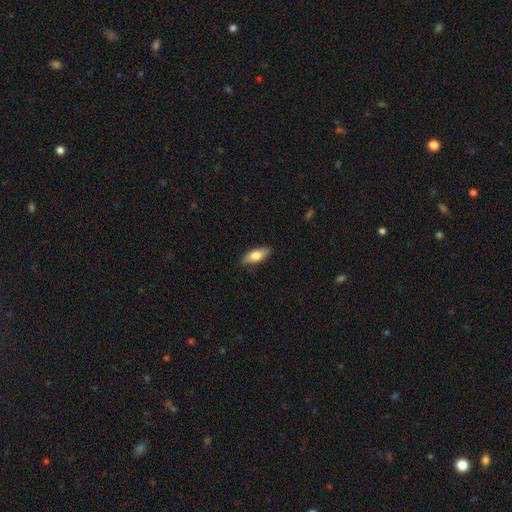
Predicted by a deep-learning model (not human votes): A smooth galaxy with no disk features (74%) that is in between round and cigar-shaped (75%). Merging: none (85%).